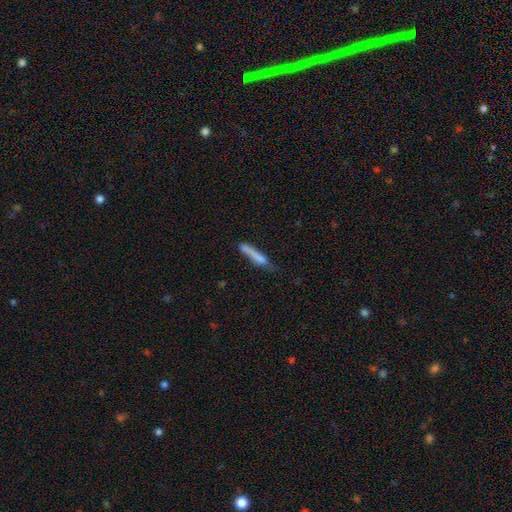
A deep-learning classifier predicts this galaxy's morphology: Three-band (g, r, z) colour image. It shows a smooth galaxy with no disk features (73%) that is cigar-shaped (90%). Merging: none (54%).